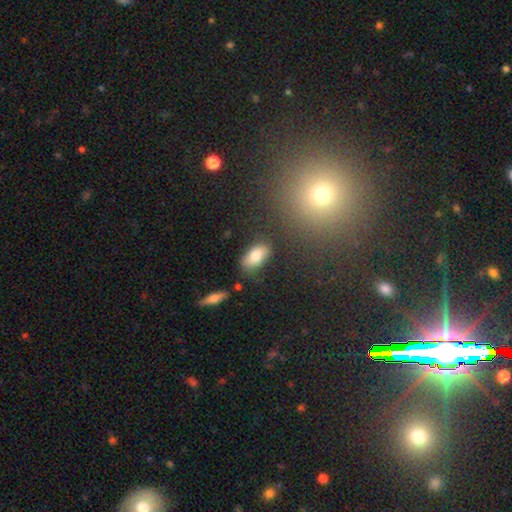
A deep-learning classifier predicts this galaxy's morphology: A smooth galaxy with no disk features (80%) that is in between round and cigar-shaped (90%).

Vote fractions:
- Smooth or featured? smooth: 80% / featured or disk: 13% / star or artifact: 8%
- How rounded? in between: 90% / cigar-shaped: 5% / round: 5%
- Merging? none: 73% / minor disturbance: 18% / major disturbance: 5% / merger: 4%